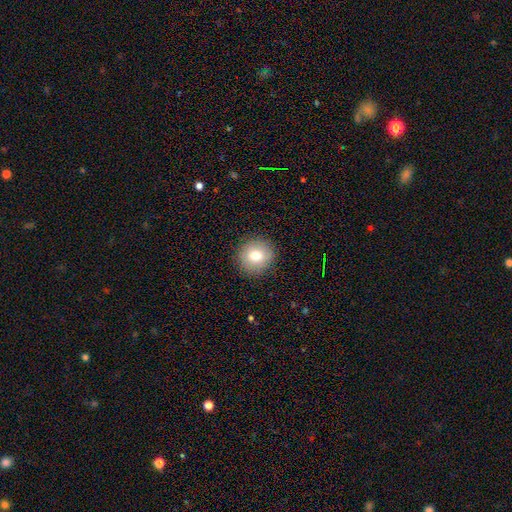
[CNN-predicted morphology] type=smooth (77%); roundness=round (92%); merging=none (90%).